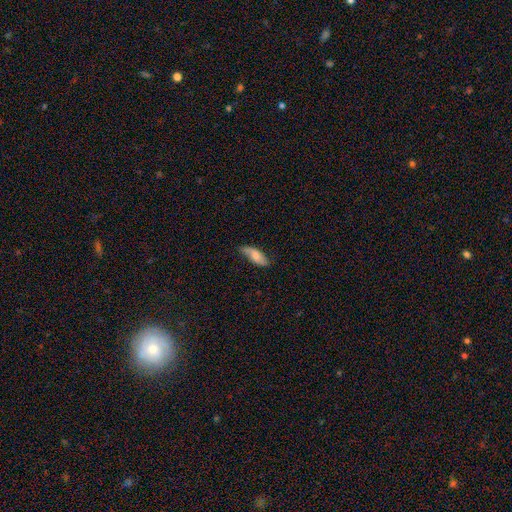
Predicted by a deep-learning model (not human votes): smooth-or-featured: smooth: 64% | featured or disk: 30% | star or artifact: 7%
  how-rounded: in between: 73% | cigar-shaped: 25% | round: 2%
  merging: none: 66% | minor disturbance: 27% | major disturbance: 5% | merger: 2%